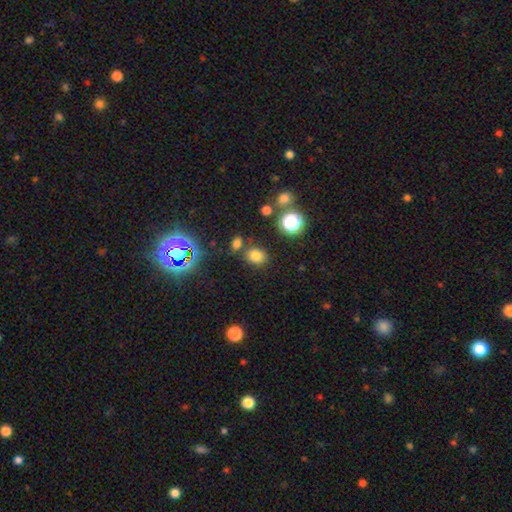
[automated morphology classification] Smooth or featured: smooth — 73% (star or artifact — 20%)
How rounded: round — 60% (in between — 39%)
Merging: none — 75% (merger — 10%)